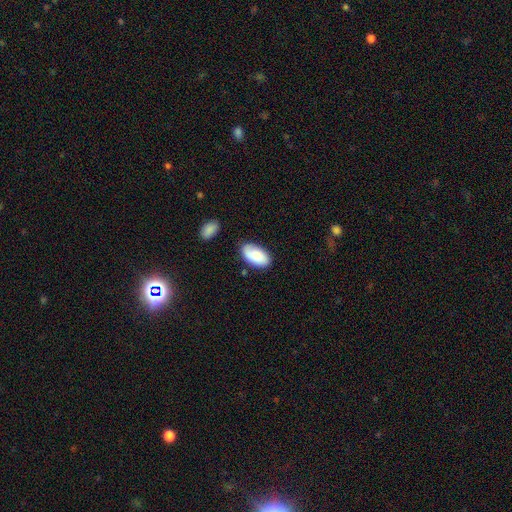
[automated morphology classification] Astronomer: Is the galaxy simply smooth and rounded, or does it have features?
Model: smooth — 80%.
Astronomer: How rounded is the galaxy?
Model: in between — 95%.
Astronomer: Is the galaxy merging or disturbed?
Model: none — 74%.